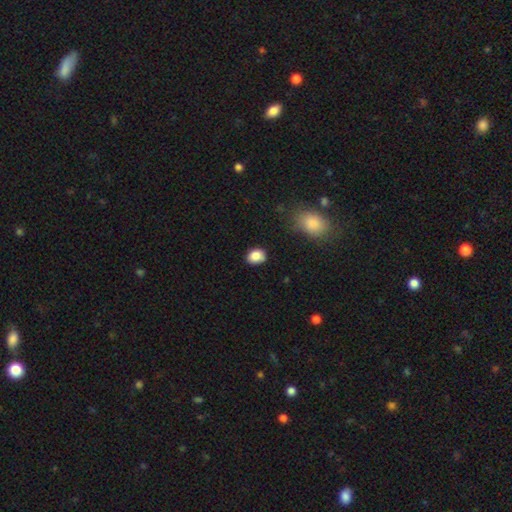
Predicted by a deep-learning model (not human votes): Smooth or featured: smooth — 86% (star or artifact — 9%)
How rounded: in between — 54% (round — 45%)
Merging: none — 78% (minor disturbance — 17%)